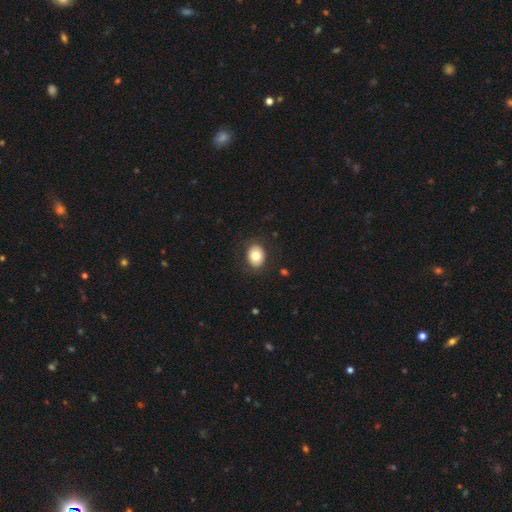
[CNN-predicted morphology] smooth_or_featured: smooth (p=0.77) [alt: featured or disk p=0.15]
how_rounded: in between (p=0.55) [alt: round p=0.44]
merging: none (p=0.86) [alt: minor disturbance p=0.09]